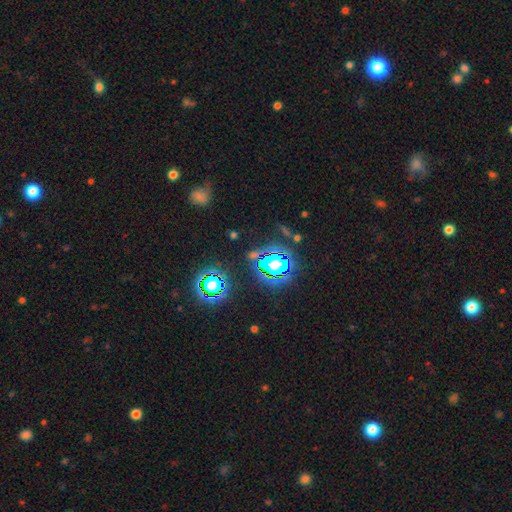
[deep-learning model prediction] Smooth or featured?
  - star or artifact: 77% *
  - smooth: 14%
  - featured or disk: 9%